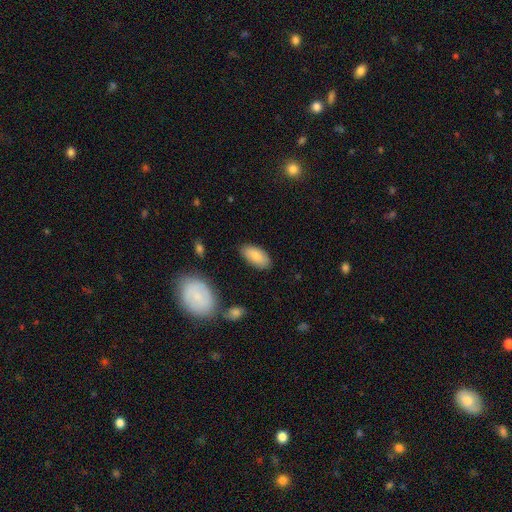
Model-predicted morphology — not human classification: Smooth or featured? smooth (83%)
How rounded? in between (93%)
Merging? none (84%)